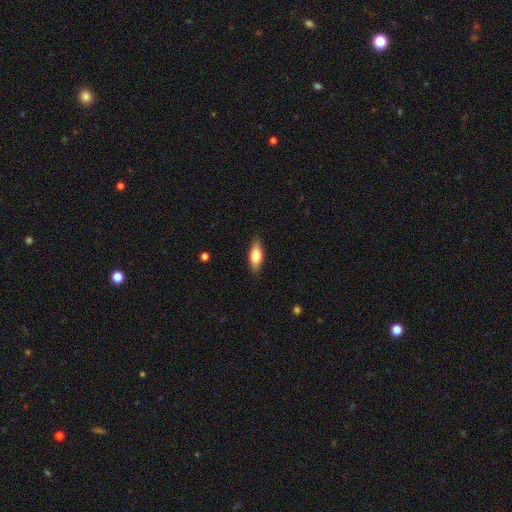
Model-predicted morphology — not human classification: A smooth galaxy with no disk features (65%) that is in between round and cigar-shaped (69%).

Vote fractions:
- Smooth or featured? smooth: 65% / featured or disk: 28% / star or artifact: 6%
- How rounded? in between: 69% / cigar-shaped: 28% / round: 3%
- Merging? none: 87% / minor disturbance: 10% / major disturbance: 2% / merger: 1%